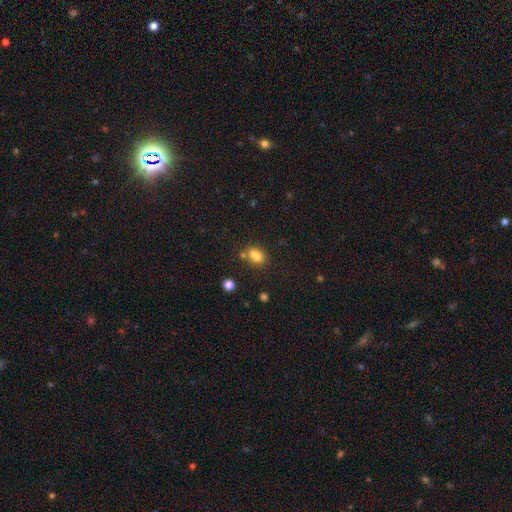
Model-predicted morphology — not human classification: A smooth galaxy with no disk features (78%) that is in between round and cigar-shaped (72%).

Vote fractions:
- Smooth or featured? smooth: 78% / star or artifact: 12% / featured or disk: 9%
- How rounded? in between: 72% / round: 25% / cigar-shaped: 3%
- Merging? none: 51% / merger: 29% / minor disturbance: 15% / major disturbance: 5%